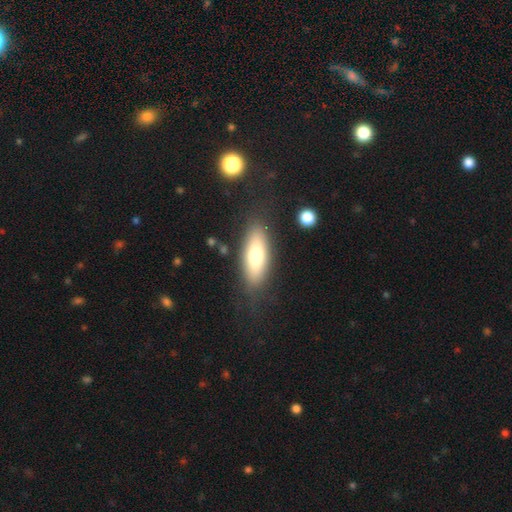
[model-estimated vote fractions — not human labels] A smooth galaxy with no disk features (69%) that is in between round and cigar-shaped (70%).

Vote fractions:
- Smooth or featured? smooth: 69% / featured or disk: 24% / star or artifact: 7%
- How rounded? in between: 70% / cigar-shaped: 27% / round: 3%
- Merging? none: 80% / minor disturbance: 13% / major disturbance: 5% / merger: 2%